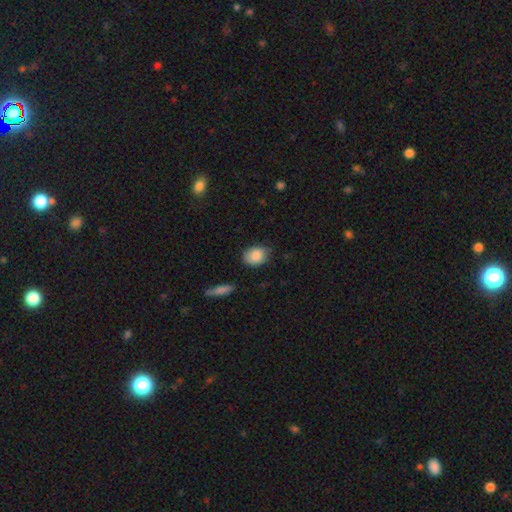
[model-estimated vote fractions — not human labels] Q: Smooth or featured?
A: smooth (87%); runner-up: star or artifact (7%)
Q: How rounded?
A: in between (61%); runner-up: round (38%)
Q: Merging?
A: none (73%); runner-up: minor disturbance (21%)